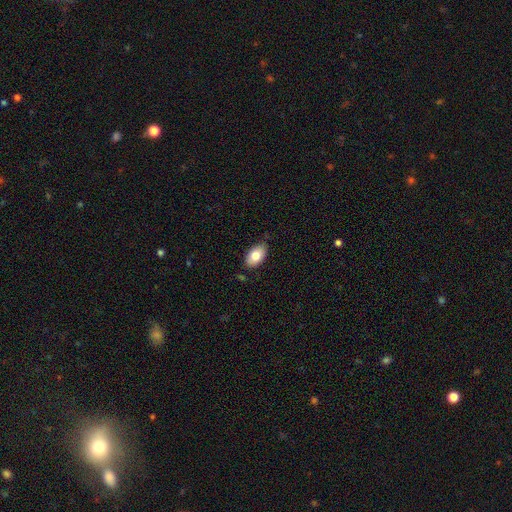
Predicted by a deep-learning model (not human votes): Morphology: type=smooth (80%); roundness=in between (93%); merging=none (79%).